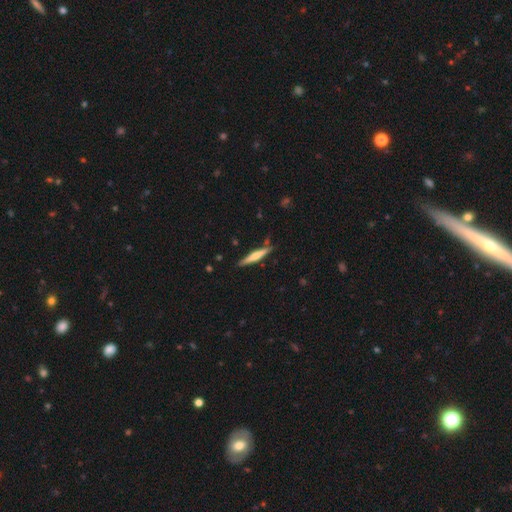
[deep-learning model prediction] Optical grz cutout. It shows a featured or disk galaxy (48%). Merging: none (86%).